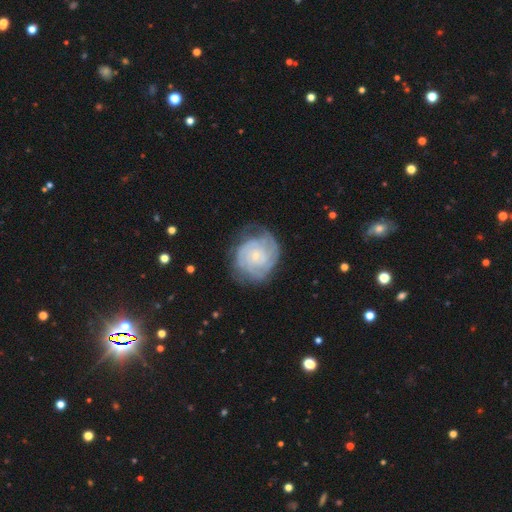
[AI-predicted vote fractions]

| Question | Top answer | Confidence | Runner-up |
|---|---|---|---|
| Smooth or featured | featured or disk | 84% | smooth (11%) |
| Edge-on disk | no | 98% | yes (2%) |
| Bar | no | 77% | weak (19%) |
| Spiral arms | yes | 96% | no (4%) |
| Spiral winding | tight | 76% | medium (19%) |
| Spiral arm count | can't tell | 32% | 2 (22%) |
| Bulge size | small | 80% | moderate (15%) |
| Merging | none | 68% | minor disturbance (21%) |